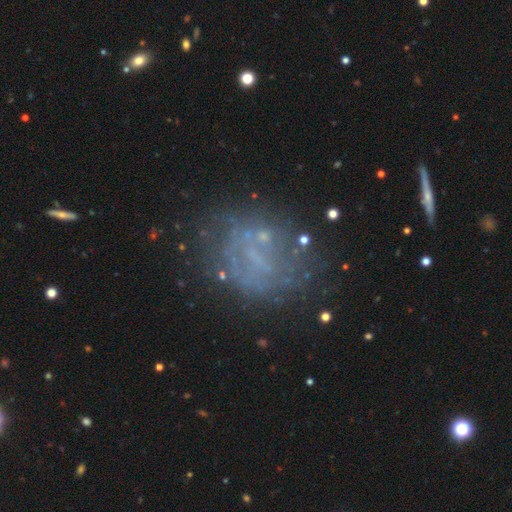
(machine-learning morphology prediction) A featured or disk galaxy (54%) with no bar (75%), no spiral arms (70%) and no central bulge (73%).

Vote fractions:
- Smooth or featured? featured or disk: 54% / smooth: 25% / star or artifact: 21%
- Edge-on disk? no: 97% / yes: 3%
- Bar? no: 75% / weak: 18% / strong: 7%
- Spiral arms? no: 70% / yes: 30%
- Bulge size? none: 73% / small: 19% / moderate: 5% / large: 1% / dominant: 1%
- Merging? none: 60% / major disturbance: 18% / minor disturbance: 18% / merger: 5%